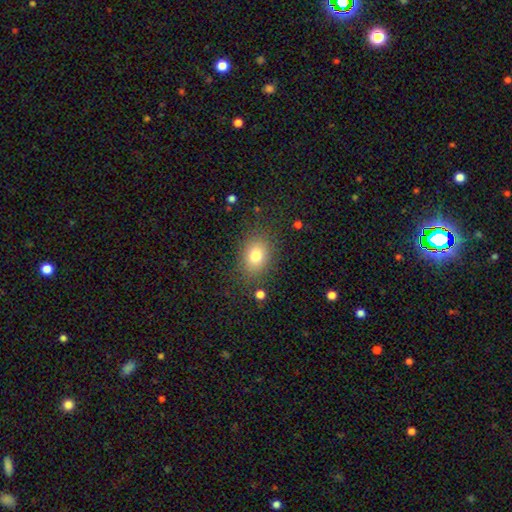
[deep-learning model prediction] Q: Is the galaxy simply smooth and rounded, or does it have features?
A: smooth — 79%.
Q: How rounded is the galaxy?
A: in between — 65%.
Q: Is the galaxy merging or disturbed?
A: none — 82%.